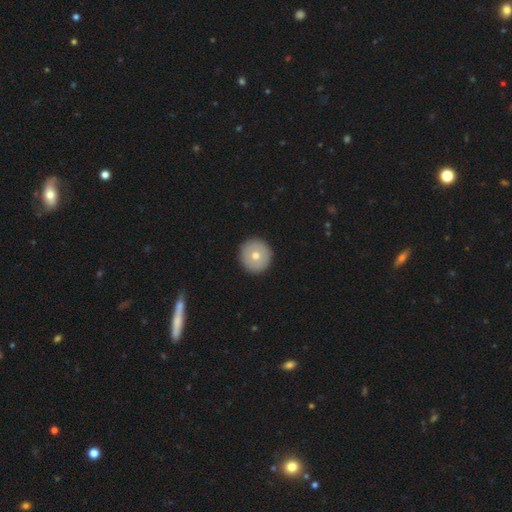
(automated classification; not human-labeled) Smooth or featured? Predicted: smooth (p=0.70). How rounded? Predicted: round (p=0.96). Merging? Predicted: none (p=0.93).